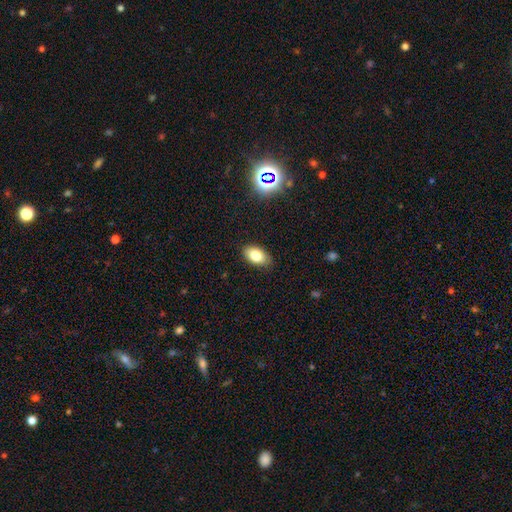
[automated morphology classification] Smooth or featured? Predicted: smooth (p=0.80). How rounded? Predicted: in between (p=0.91). Merging? Predicted: none (p=0.86).